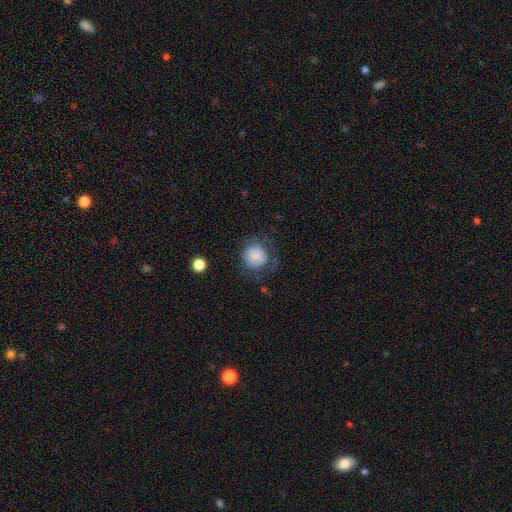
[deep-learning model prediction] A smooth galaxy with no disk features (78%) that is round (84%).

Vote fractions:
- Smooth or featured? smooth: 78% / featured or disk: 13% / star or artifact: 9%
- How rounded? round: 84% / in between: 15% / cigar-shaped: 1%
- Merging? none: 56% / minor disturbance: 22% / major disturbance: 20% / merger: 2%